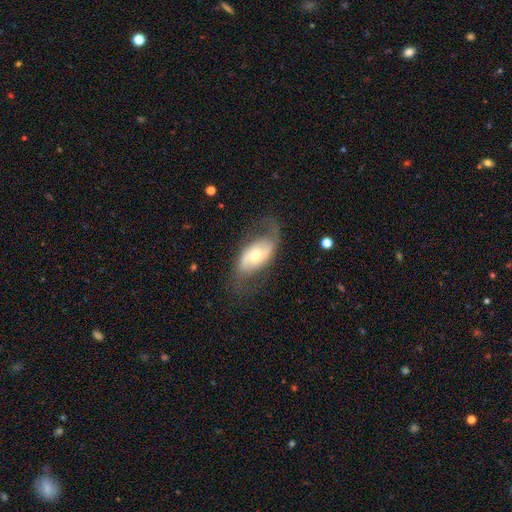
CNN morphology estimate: featured or disk 69%, smooth 25%, star or artifact 6%. Down the decision tree: edge-on disk — no (92%); bar — no (58%); spiral arms — yes (78%); bulge size — moderate (59%); merging — none (61%).